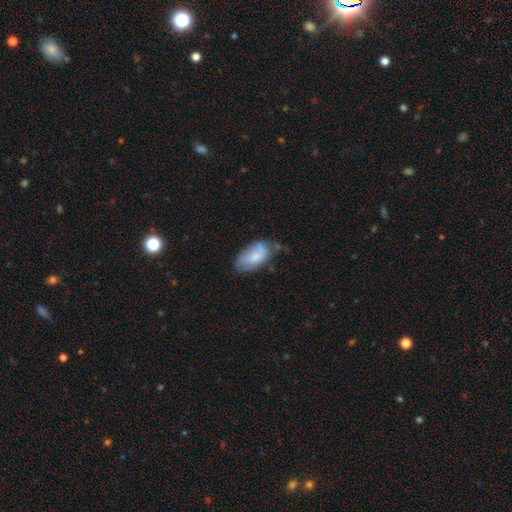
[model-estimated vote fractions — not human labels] smooth_or_featured: smooth (p=0.73) [alt: featured or disk p=0.20]
how_rounded: in between (p=0.94) [alt: round p=0.03]
merging: none (p=0.45) [alt: minor disturbance p=0.37]